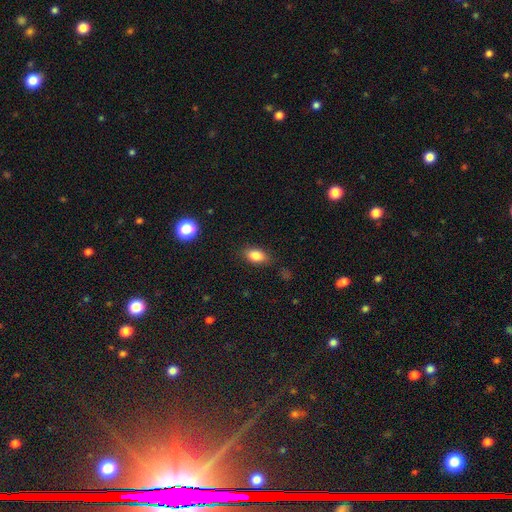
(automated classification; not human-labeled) Morphology: type=smooth (84%); roundness=in between (86%); merging=none (80%).